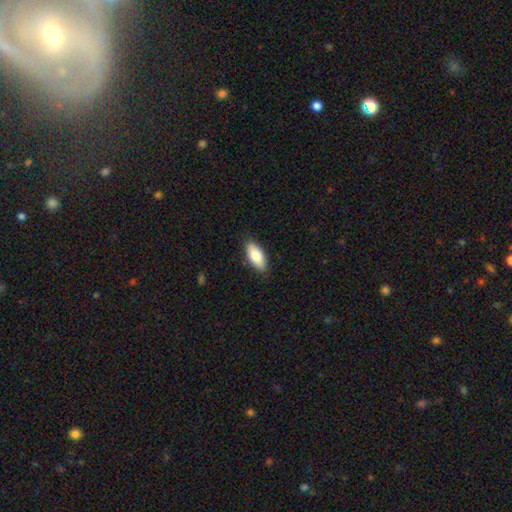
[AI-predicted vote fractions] A smooth galaxy with no disk features (83%) that is in between round and cigar-shaped (86%).

Vote fractions:
- Smooth or featured? smooth: 83% / featured or disk: 11% / star or artifact: 6%
- How rounded? in between: 86% / cigar-shaped: 12% / round: 2%
- Merging? none: 86% / minor disturbance: 11% / major disturbance: 2% / merger: 1%